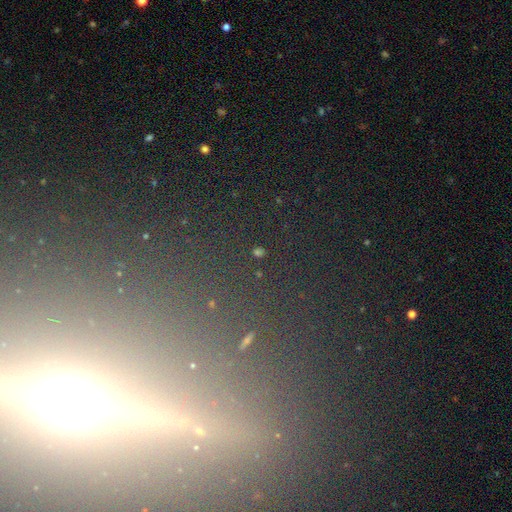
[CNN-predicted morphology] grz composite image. It shows a star or artifact, not a galaxy (58%).